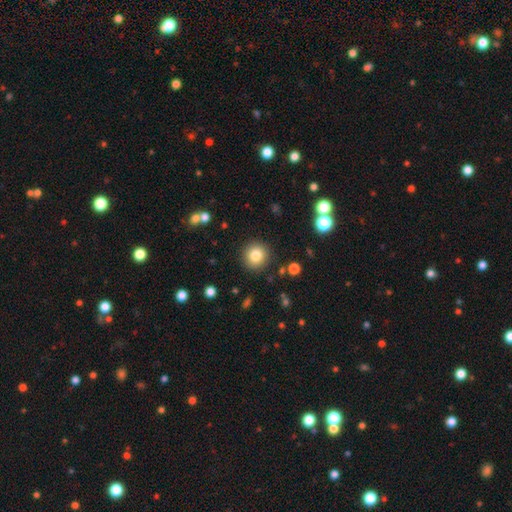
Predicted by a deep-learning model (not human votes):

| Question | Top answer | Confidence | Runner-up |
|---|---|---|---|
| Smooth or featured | smooth | 81% | star or artifact (11%) |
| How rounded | round | 92% | in between (7%) |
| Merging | none | 89% | minor disturbance (7%) |